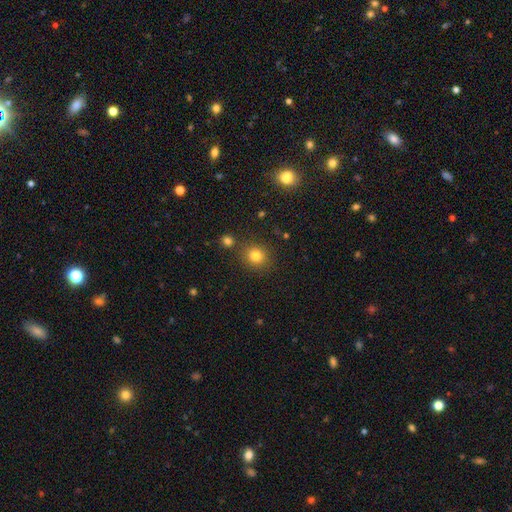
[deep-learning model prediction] Q: Smooth or featured?
A: smooth (80%); runner-up: star or artifact (13%)
Q: How rounded?
A: round (82%); runner-up: in between (17%)
Q: Merging?
A: none (82%); runner-up: minor disturbance (9%)